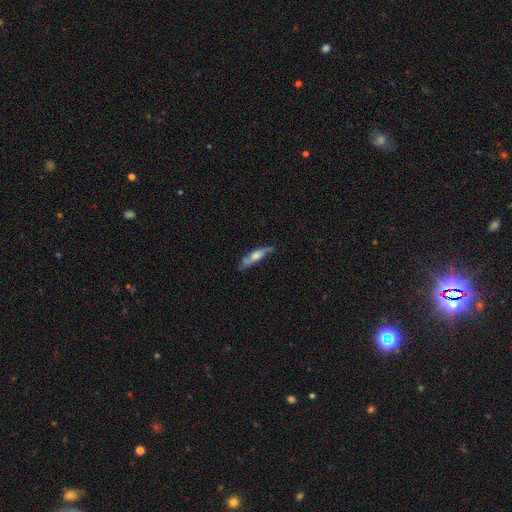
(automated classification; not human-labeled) smooth_or_featured: featured or disk (p=0.50) [alt: smooth p=0.44]
merging: none (p=0.61) [alt: minor disturbance p=0.27]